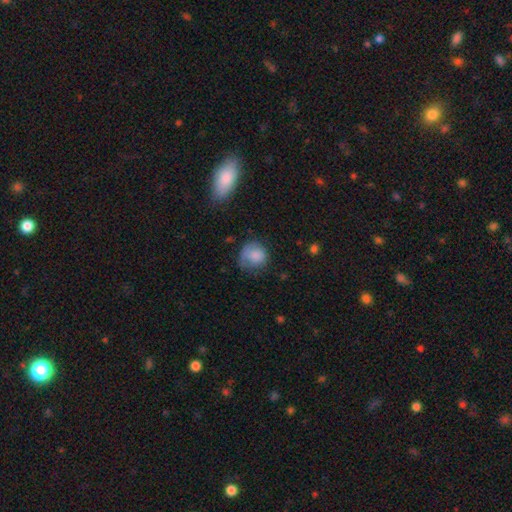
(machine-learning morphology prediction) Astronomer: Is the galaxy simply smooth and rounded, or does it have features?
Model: smooth — 79%.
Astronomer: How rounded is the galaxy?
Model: round — 79%.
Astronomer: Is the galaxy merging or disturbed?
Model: none — 49% (runner-up: minor disturbance, 32%).